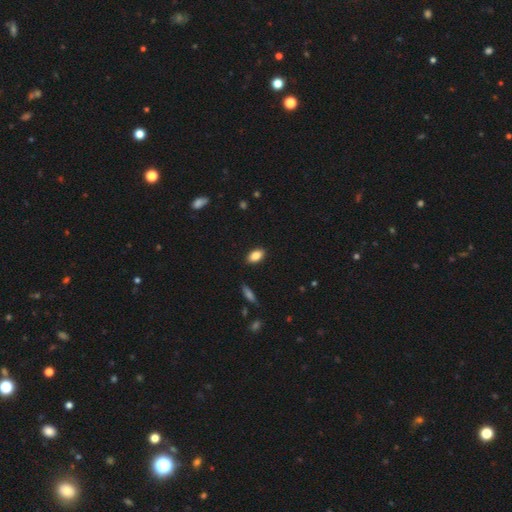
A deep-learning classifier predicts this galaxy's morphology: Smooth or featured?
  - smooth: 85% *
  - star or artifact: 8%
  - featured or disk: 7%
How rounded?
  - in between: 91% *
  - round: 5%
  - cigar-shaped: 4%
Merging?
  - none: 88% *
  - minor disturbance: 9%
  - major disturbance: 2%
  - merger: 1%